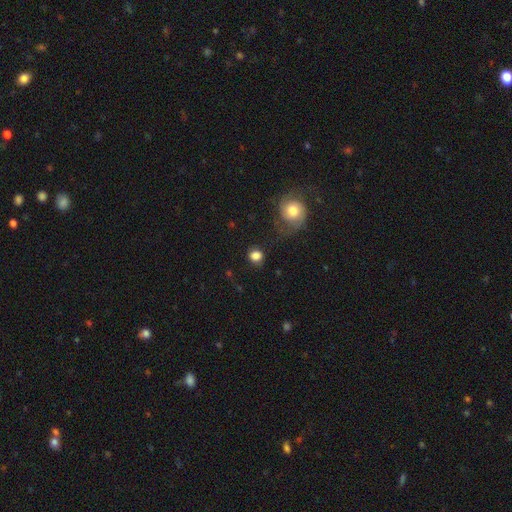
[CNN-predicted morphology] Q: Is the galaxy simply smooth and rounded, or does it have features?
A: smooth — 83%.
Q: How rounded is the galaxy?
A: round — 84%.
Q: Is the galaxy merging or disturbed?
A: none — 78%.